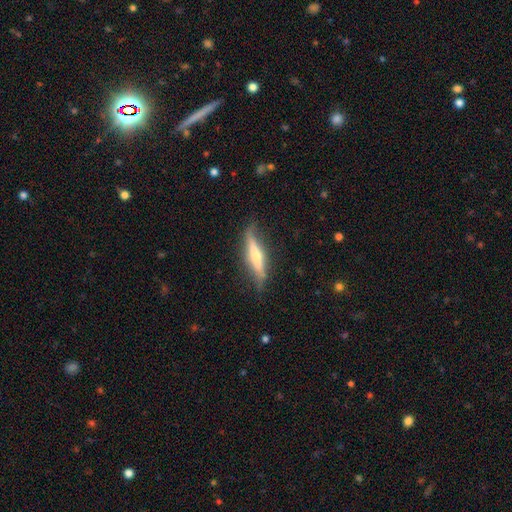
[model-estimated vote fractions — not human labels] Q: Smooth or featured?
A: featured or disk (63%); runner-up: smooth (31%)
Q: Edge-on disk?
A: yes (91%); runner-up: no (9%)
Q: Edge-on bulge?
A: rounded (73%); runner-up: none (16%)
Q: Merging?
A: none (75%); runner-up: minor disturbance (18%)